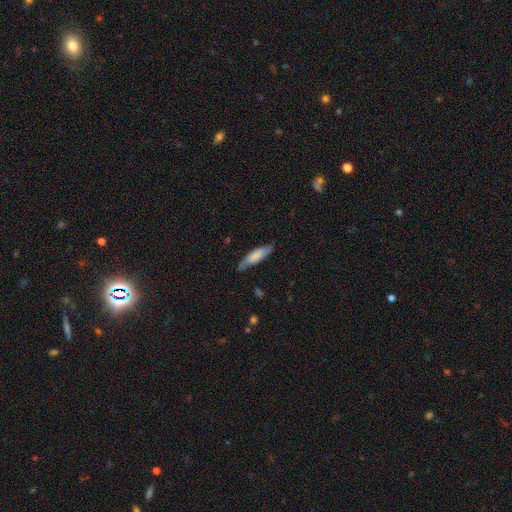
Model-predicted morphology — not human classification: Smooth or featured? smooth (64%)
How rounded? cigar-shaped (64%)
Merging? none (76%)